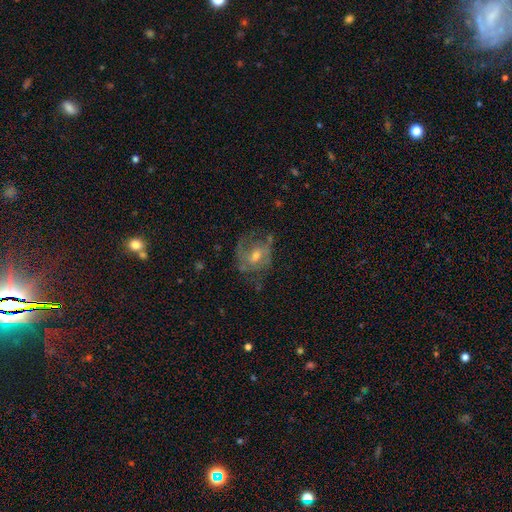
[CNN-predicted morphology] This appears to be a featured or disk galaxy (66%) with no bar (46%), spiral arms (73%) and a moderate central bulge (61%). Merging: none (52%).